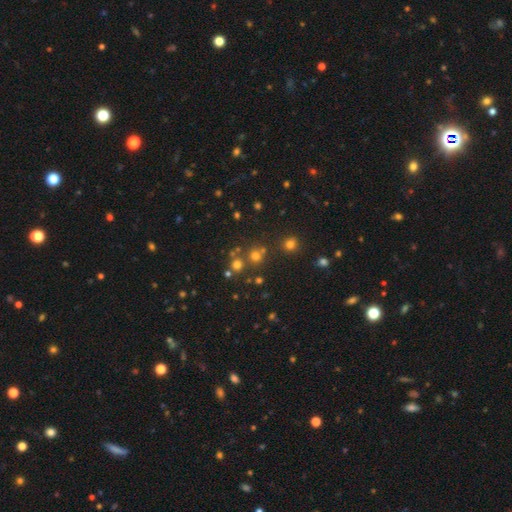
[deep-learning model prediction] This appears to be a smooth galaxy with no disk features (64%) that is round (92%). Merging: none (70%).